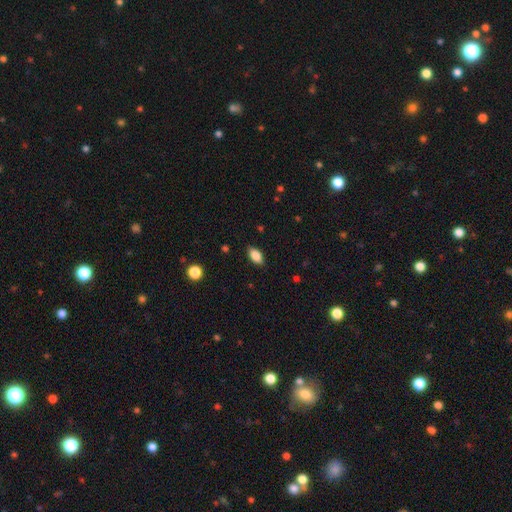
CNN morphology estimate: Overall: smooth (85%). How rounded: in between (91%). Merging: none (87%).